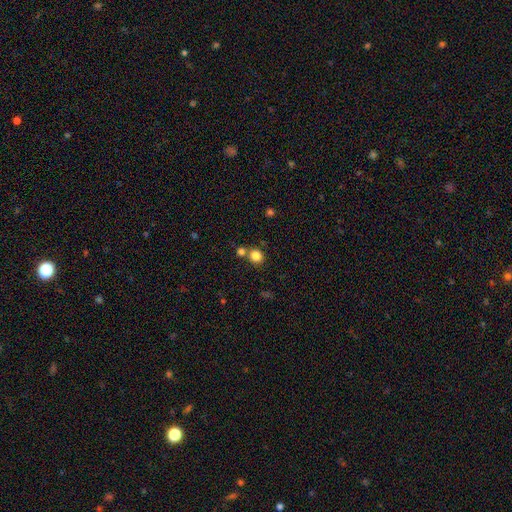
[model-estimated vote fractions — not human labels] This is clearly a smooth galaxy (83%). How rounded: likely round (79%). Merging: likely none (63%).